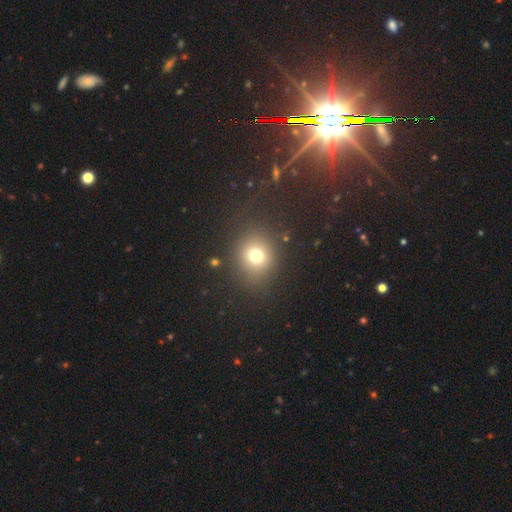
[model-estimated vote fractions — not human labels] Smooth or featured?
  - smooth: 74% *
  - star or artifact: 18%
  - featured or disk: 9%
How rounded?
  - round: 81% *
  - in between: 18%
  - cigar-shaped: 1%
Merging?
  - none: 84% *
  - minor disturbance: 9%
  - major disturbance: 6%
  - merger: 2%